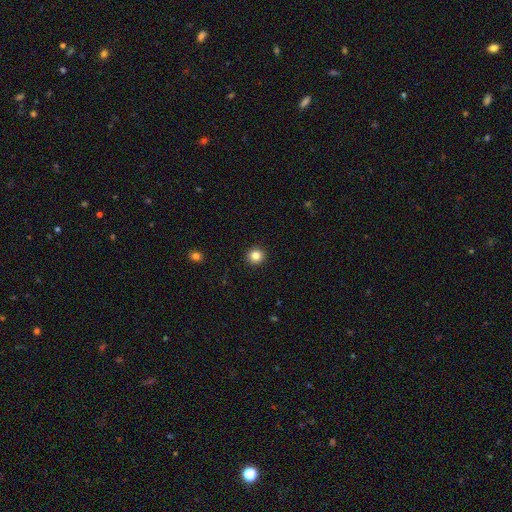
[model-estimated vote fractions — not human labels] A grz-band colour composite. It shows a smooth galaxy with no disk features (84%) that is round (94%). Merging: none (93%).